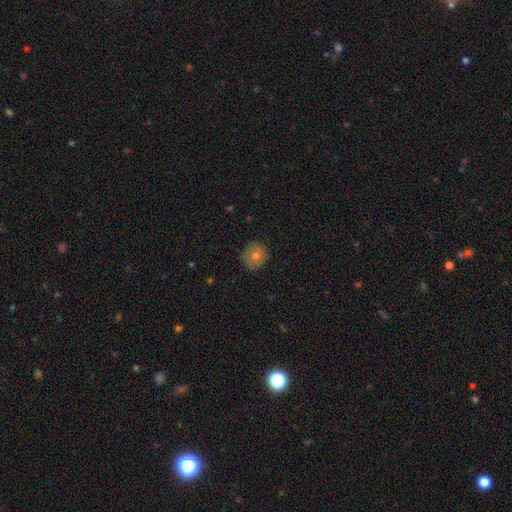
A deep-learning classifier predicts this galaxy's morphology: A smooth galaxy with no disk features (70%) that is round (92%). Merging: none (87%).